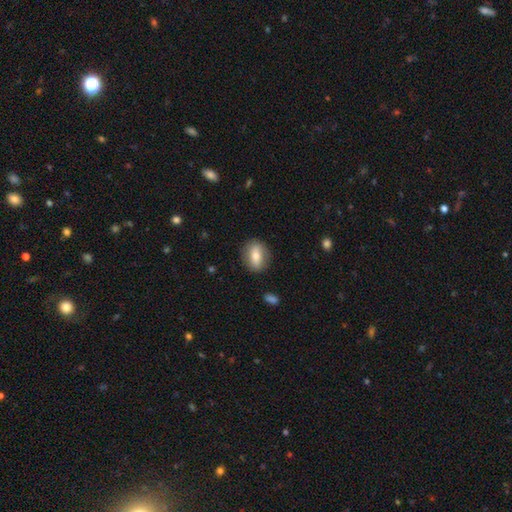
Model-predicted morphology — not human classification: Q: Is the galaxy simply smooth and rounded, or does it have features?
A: smooth — 71%.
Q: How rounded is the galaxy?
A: in between — 66%.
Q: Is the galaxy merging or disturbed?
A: none — 85%.